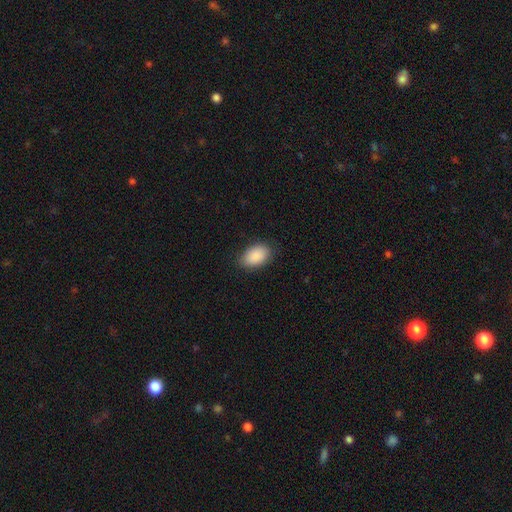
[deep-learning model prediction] Smooth or featured?
  - smooth: 90% *
  - star or artifact: 6%
  - featured or disk: 4%
How rounded?
  - in between: 92% *
  - round: 7%
  - cigar-shaped: 1%
Merging?
  - none: 84% *
  - minor disturbance: 12%
  - major disturbance: 3%
  - merger: 1%